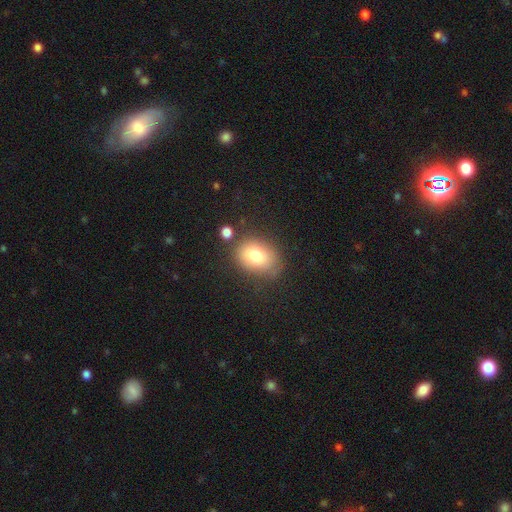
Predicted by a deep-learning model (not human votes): Overall: smooth (79%). How rounded: in between (70%). Merging: none (71%).